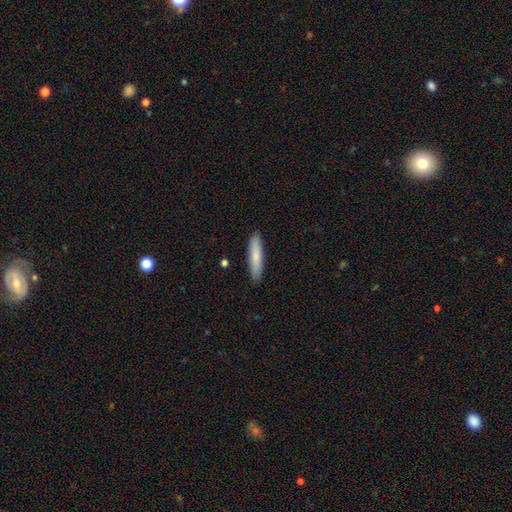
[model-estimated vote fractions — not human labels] Smooth or featured?
  - smooth: 80% *
  - featured or disk: 14%
  - star or artifact: 6%
How rounded?
  - cigar-shaped: 83% *
  - in between: 16%
  - round: 1%
Merging?
  - none: 90% *
  - minor disturbance: 8%
  - major disturbance: 2%
  - merger: 1%